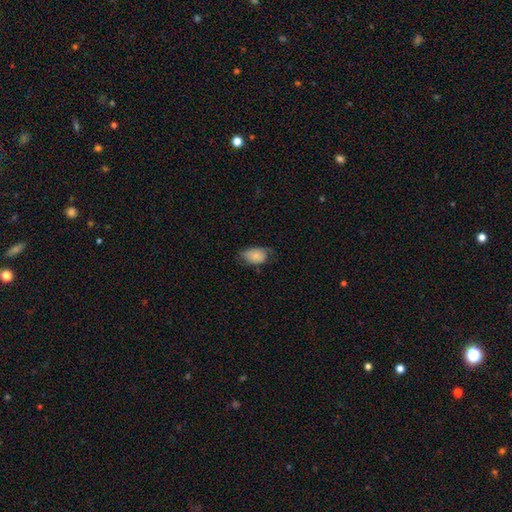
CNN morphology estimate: smooth-or-featured: smooth: 78% | featured or disk: 14% | star or artifact: 7%
  how-rounded: in between: 87% | round: 11% | cigar-shaped: 1%
  merging: none: 48% | minor disturbance: 38% | major disturbance: 13% | merger: 1%